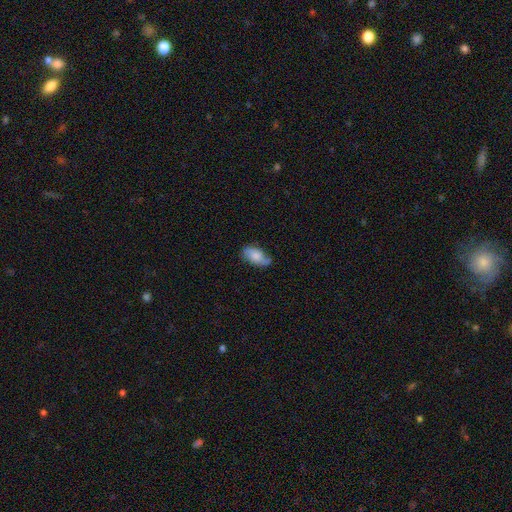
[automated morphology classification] smooth-or-featured: smooth: 65% | featured or disk: 27% | star or artifact: 8%
  how-rounded: in between: 92% | cigar-shaped: 4% | round: 4%
  merging: none: 61% | minor disturbance: 29% | major disturbance: 8% | merger: 2%